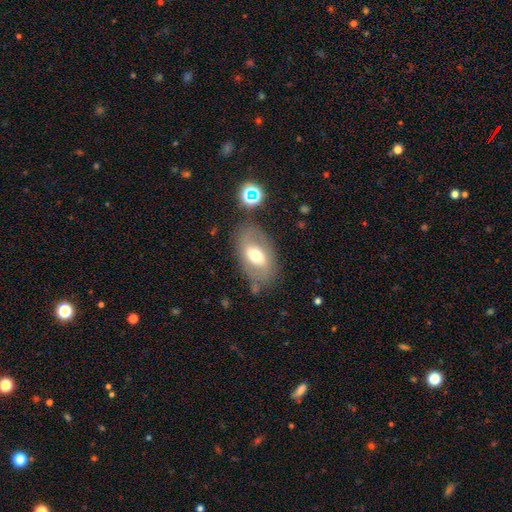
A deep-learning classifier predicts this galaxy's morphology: Overall: smooth (49%; featured or disk 42%). Merging: none (71%).